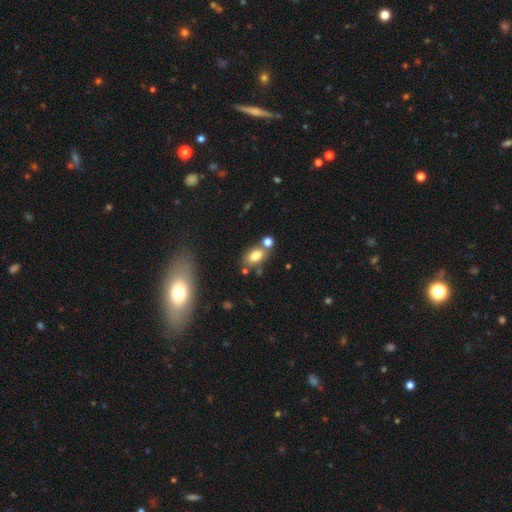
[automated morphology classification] This appears to be a smooth galaxy with no disk features (78%) that is in between round and cigar-shaped (83%). Merging: none (61%).